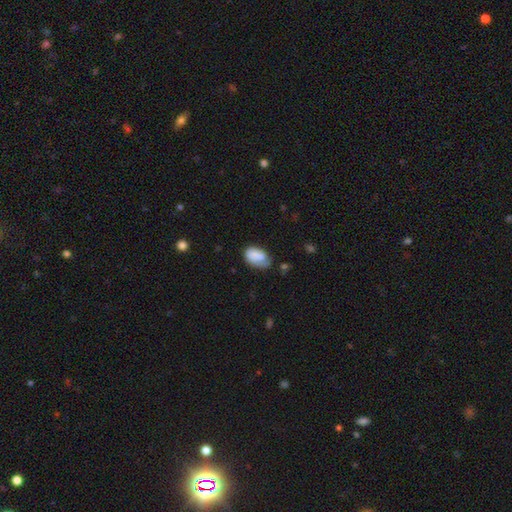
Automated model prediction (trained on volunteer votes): Smooth or featured? Predicted: smooth (p=0.71). How rounded? Predicted: in between (p=0.90). Merging? Predicted: none (p=0.52).